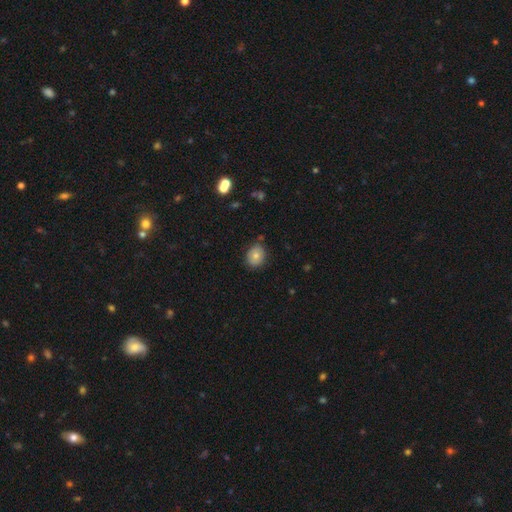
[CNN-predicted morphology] The model was most divided on "how rounded": round: 60%, in between: 39%, cigar-shaped: 1%. More confident: merging — none (82%); smooth or featured — smooth (76%).